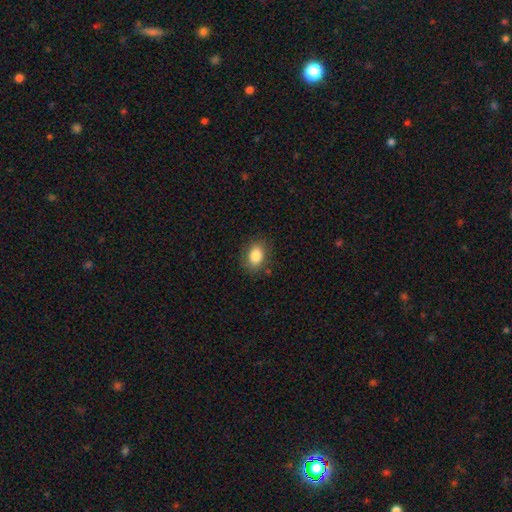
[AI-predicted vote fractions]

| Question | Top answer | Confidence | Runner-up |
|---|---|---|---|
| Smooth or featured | smooth | 84% | star or artifact (9%) |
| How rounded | in between | 66% | round (33%) |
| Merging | none | 83% | minor disturbance (12%) |